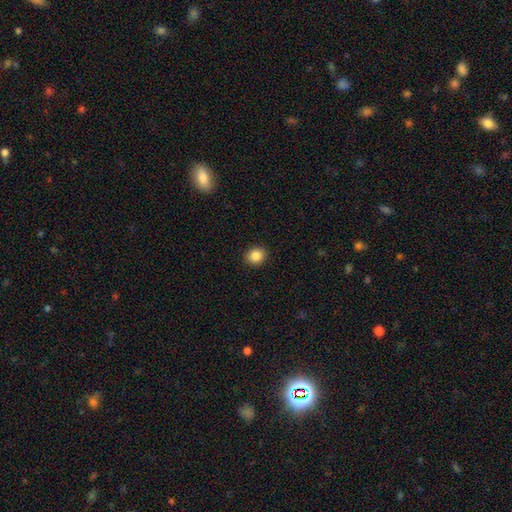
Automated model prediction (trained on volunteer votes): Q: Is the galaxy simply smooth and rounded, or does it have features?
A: smooth — 87%.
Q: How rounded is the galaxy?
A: round — 78%.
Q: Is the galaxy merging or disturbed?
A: none — 91%.